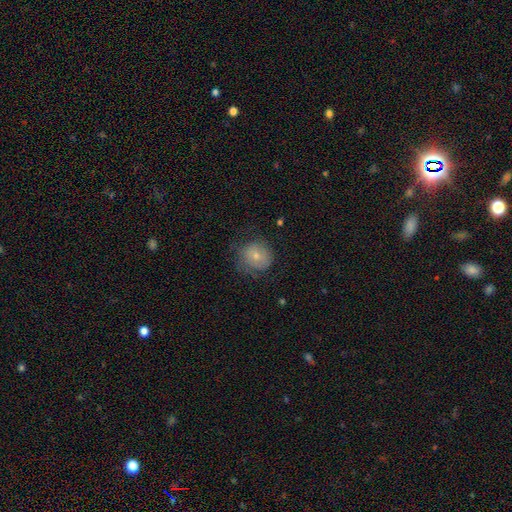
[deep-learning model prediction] This appears to be a smooth galaxy with no disk features (65%) that is round (79%). Merging: none (63%).